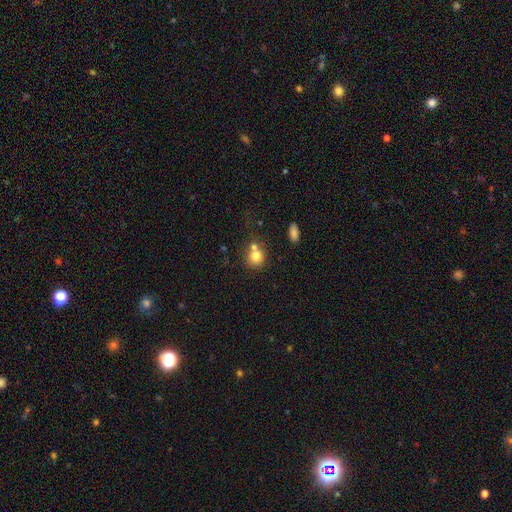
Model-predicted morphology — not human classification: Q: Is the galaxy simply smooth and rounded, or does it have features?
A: smooth — 77%.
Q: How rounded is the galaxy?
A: round — 82%.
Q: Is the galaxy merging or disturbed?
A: none — 49%.